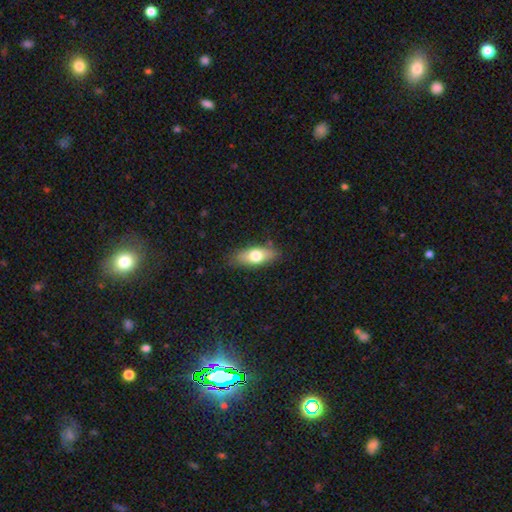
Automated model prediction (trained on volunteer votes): Smooth or featured? Predicted: smooth (p=0.67). How rounded? Predicted: in between (p=0.75). Merging? Predicted: none (p=0.81).